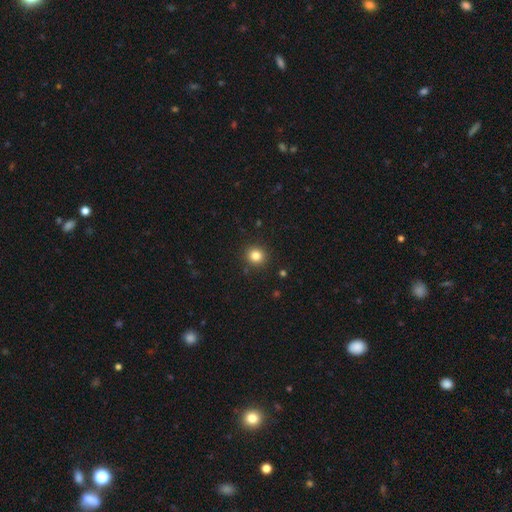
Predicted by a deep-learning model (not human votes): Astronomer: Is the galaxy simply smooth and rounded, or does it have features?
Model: smooth — 83%.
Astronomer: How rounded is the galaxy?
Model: round — 90%.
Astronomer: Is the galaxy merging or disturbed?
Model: none — 91%.